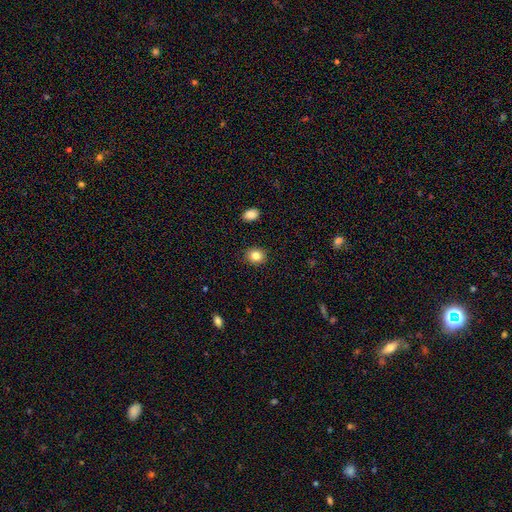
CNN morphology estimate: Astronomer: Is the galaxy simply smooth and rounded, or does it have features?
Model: smooth — 83%.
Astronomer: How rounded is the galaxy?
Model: round — 71%.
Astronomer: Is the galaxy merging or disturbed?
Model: none — 90%.